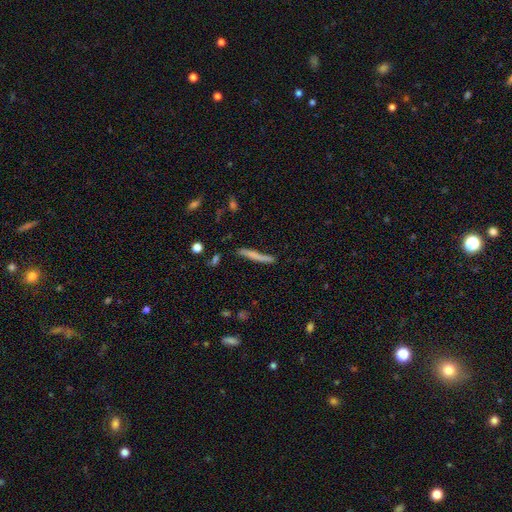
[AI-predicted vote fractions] A smooth galaxy with no disk features (61%) that is cigar-shaped (95%).

Vote fractions:
- Smooth or featured? smooth: 61% / featured or disk: 33% / star or artifact: 7%
- How rounded? cigar-shaped: 95% / in between: 3% / round: 2%
- Merging? none: 76% / minor disturbance: 17% / major disturbance: 4% / merger: 3%